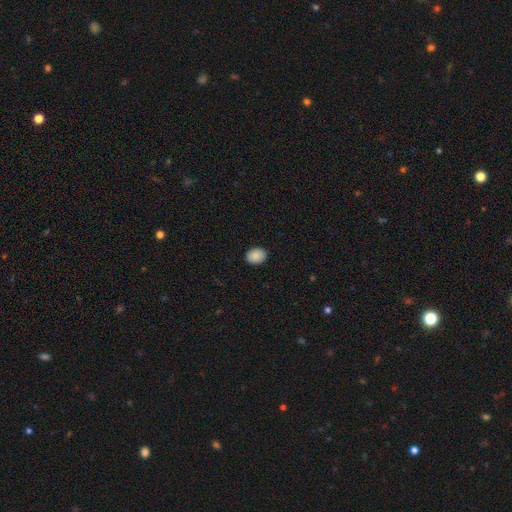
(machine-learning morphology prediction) Smooth or featured?
  - smooth: 89% *
  - star or artifact: 7%
  - featured or disk: 4%
How rounded?
  - in between: 62% *
  - round: 37%
  - cigar-shaped: 1%
Merging?
  - none: 89% *
  - minor disturbance: 8%
  - major disturbance: 2%
  - merger: 1%